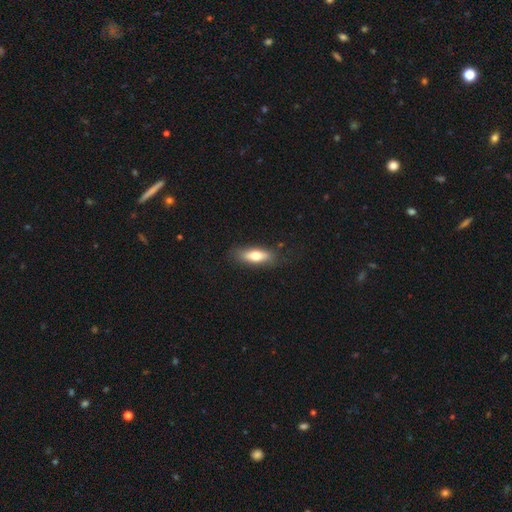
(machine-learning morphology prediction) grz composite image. It shows a smooth galaxy with no disk features (68%) that is in between round and cigar-shaped (61%). Merging: none (78%).